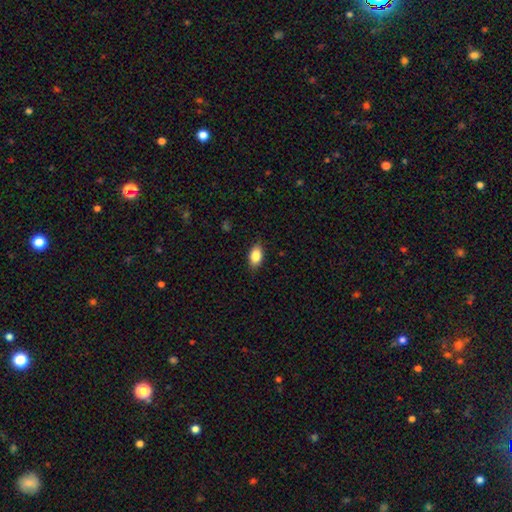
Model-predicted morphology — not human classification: Overall: smooth (85%). How rounded: in between (89%). Merging: none (85%).